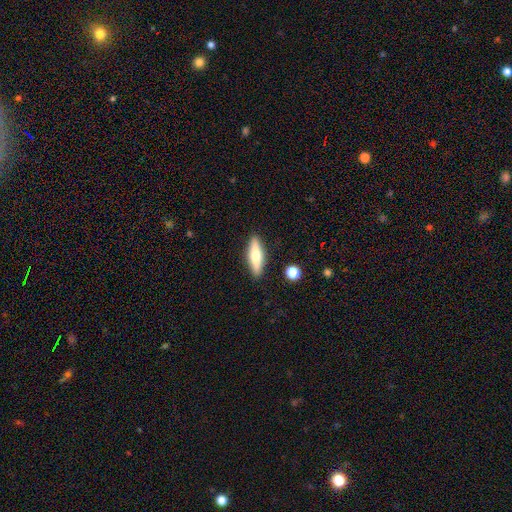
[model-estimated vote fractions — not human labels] Smooth or featured? smooth (55%)
How rounded? cigar-shaped (63%)
Merging? none (89%)